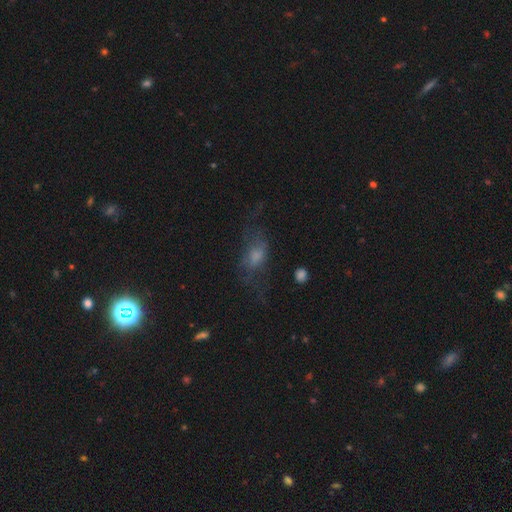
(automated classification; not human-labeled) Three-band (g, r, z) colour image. It shows a smooth galaxy with no disk features (49%). Merging: none (44%).